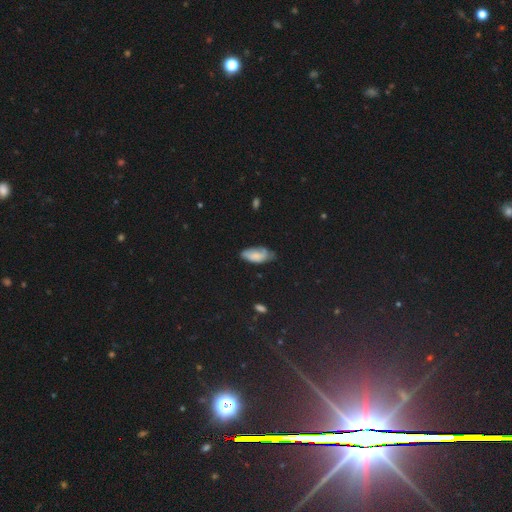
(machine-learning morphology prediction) type=smooth (69%); roundness=in between (88%); merging=none (48%).